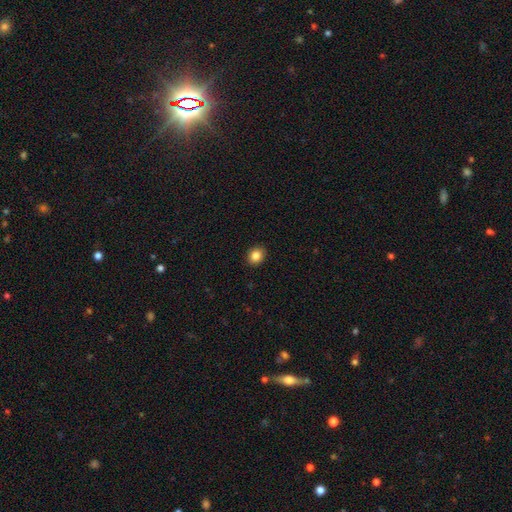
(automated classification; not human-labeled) This appears to be a smooth galaxy with no disk features (85%) that is round (66%). Merging: none (91%).